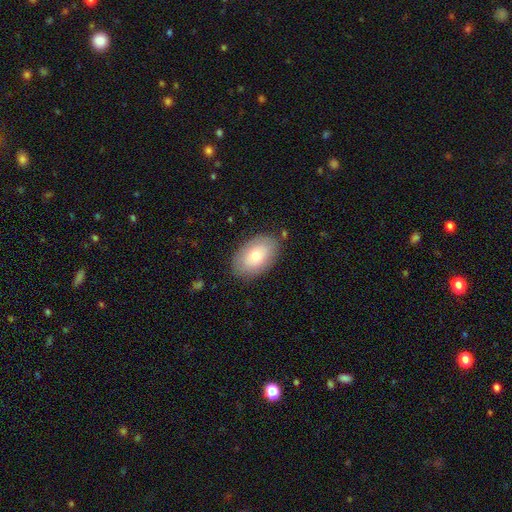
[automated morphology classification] smooth-or-featured: smooth: 70% | featured or disk: 23% | star or artifact: 7%
  how-rounded: in between: 91% | round: 7% | cigar-shaped: 1%
  merging: none: 83% | minor disturbance: 12% | major disturbance: 3% | merger: 2%